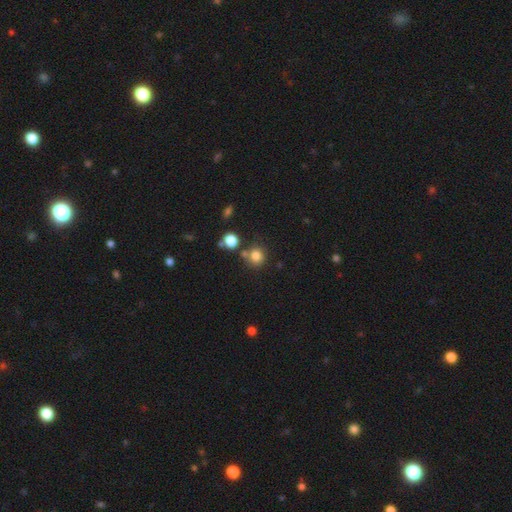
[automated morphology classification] A smooth galaxy with no disk features (81%) that is round (87%). Merging: none (69%).